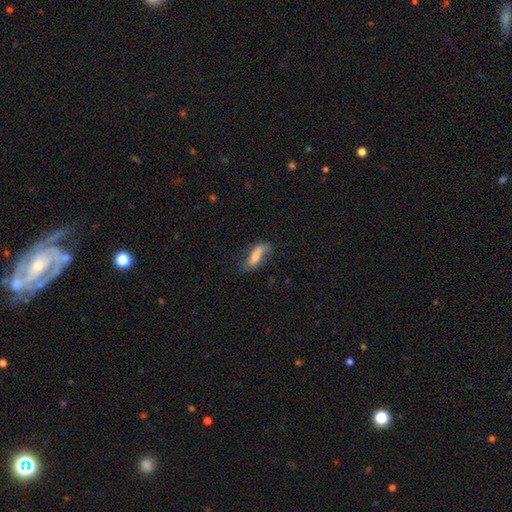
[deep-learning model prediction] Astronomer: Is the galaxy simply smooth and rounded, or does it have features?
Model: smooth — 58% (runner-up: featured or disk, 35%).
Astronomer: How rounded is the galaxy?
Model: in between — 61%.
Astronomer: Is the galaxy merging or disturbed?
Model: none — 53%.